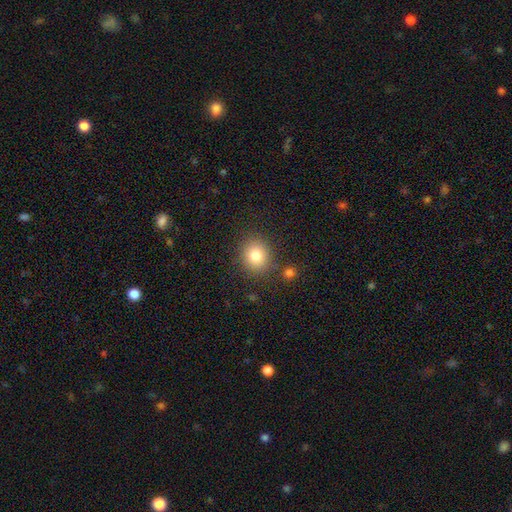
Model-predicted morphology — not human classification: A smooth galaxy with no disk features (80%) that is round (79%). Merging: none (83%).